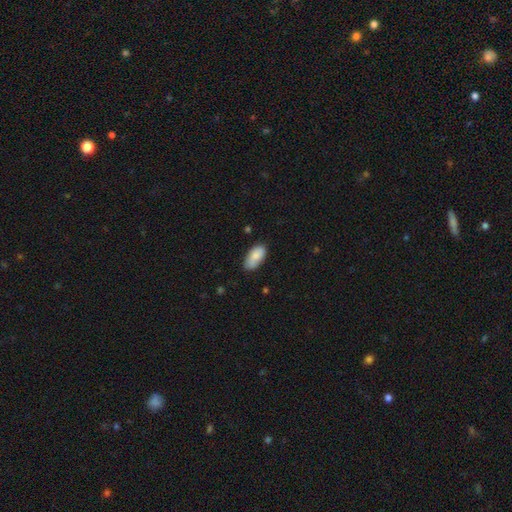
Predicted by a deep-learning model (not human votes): Smooth or featured? smooth (84%)
How rounded? in between (93%)
Merging? none (69%)